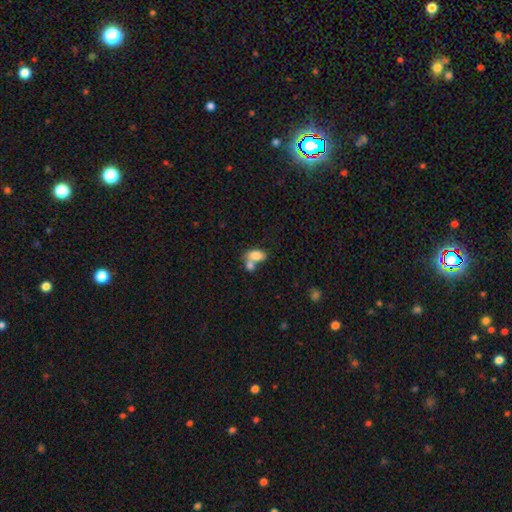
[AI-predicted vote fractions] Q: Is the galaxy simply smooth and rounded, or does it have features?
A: smooth — 80%.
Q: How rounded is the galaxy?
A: in between — 89%.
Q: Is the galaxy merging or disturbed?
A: merger — 58%.